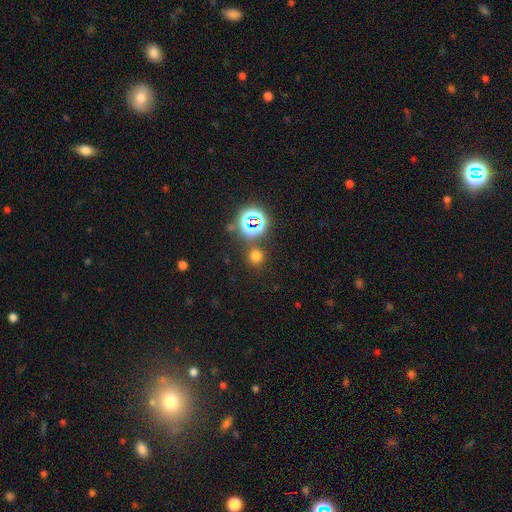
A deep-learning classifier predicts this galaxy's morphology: The model was most divided on "smooth or featured": smooth: 66%, star or artifact: 28%, featured or disk: 6%. More confident: how rounded — round (92%); merging — none (81%).